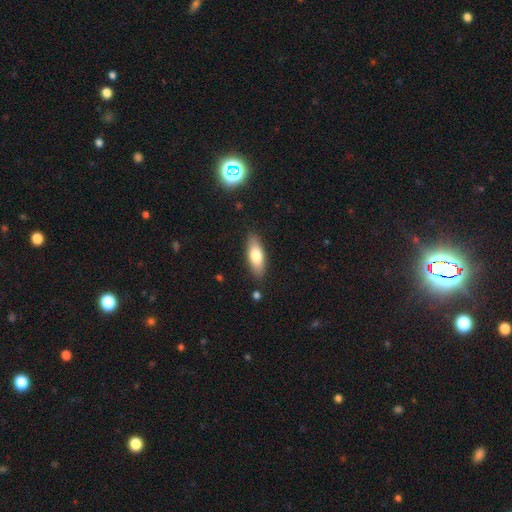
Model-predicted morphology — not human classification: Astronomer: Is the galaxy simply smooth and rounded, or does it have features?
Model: smooth — 74%.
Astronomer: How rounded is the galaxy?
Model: in between — 65%.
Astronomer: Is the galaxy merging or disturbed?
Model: none — 86%.